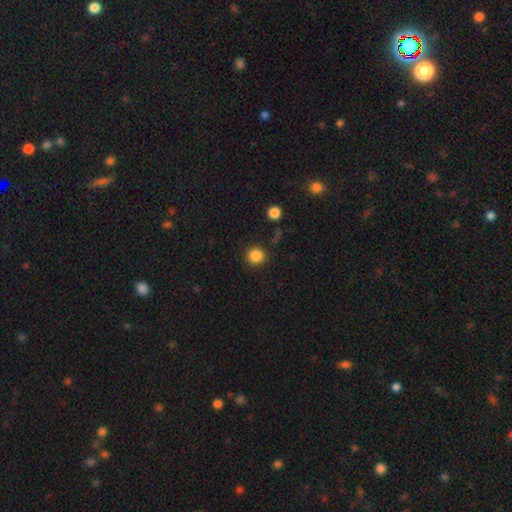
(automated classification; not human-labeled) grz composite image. It shows a smooth galaxy with no disk features (86%) that is round (94%). Merging: none (89%).